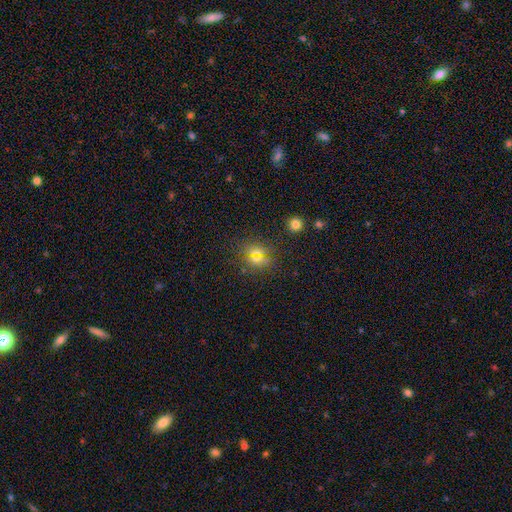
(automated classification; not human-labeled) Q: Smooth or featured?
A: smooth (47%); runner-up: star or artifact (41%)
Q: Merging?
A: none (81%); runner-up: minor disturbance (9%)